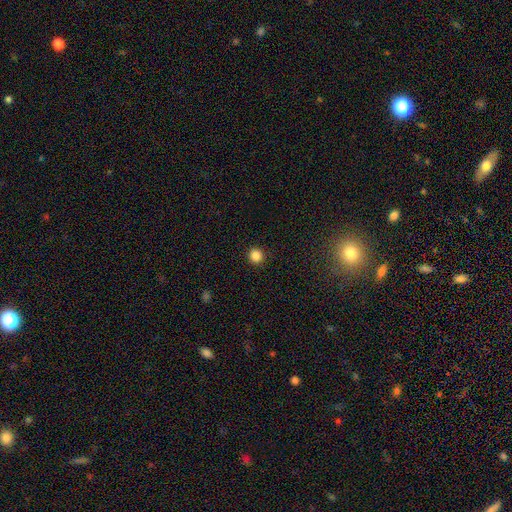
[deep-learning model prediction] smooth 85%, star or artifact 12%, featured or disk 3%. Down the decision tree: how rounded — round (93%); merging — none (92%).